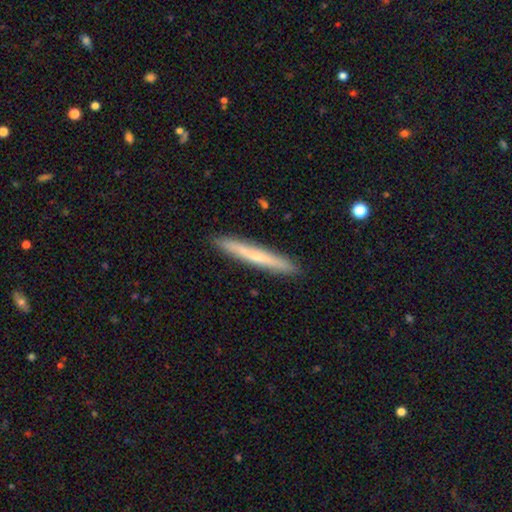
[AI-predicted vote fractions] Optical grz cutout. It shows a smooth galaxy with no disk features (51%) that is cigar-shaped (96%). Merging: none (91%).